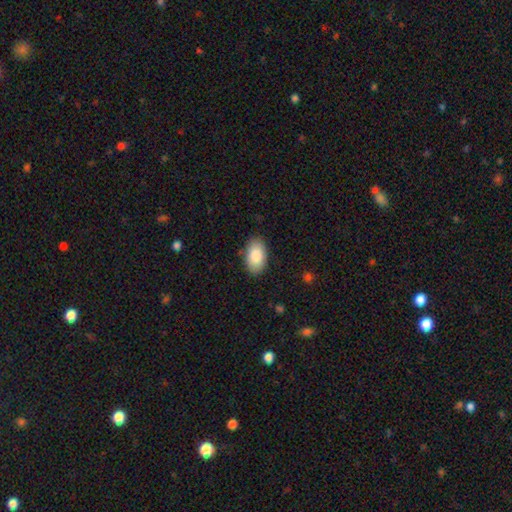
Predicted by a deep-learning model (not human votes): smooth-or-featured: smooth: 86% | featured or disk: 8% | star or artifact: 6%
  how-rounded: in between: 95% | round: 4% | cigar-shaped: 1%
  merging: none: 87% | minor disturbance: 10% | major disturbance: 2% | merger: 1%